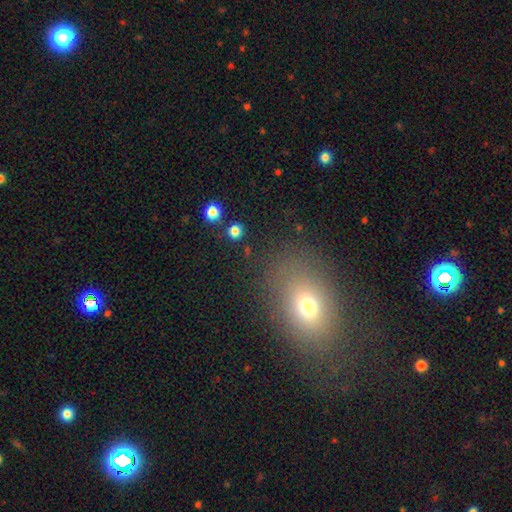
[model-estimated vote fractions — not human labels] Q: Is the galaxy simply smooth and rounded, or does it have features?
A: smooth — 65%.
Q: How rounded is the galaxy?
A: in between — 73%.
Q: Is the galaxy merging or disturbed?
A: none — 80%.